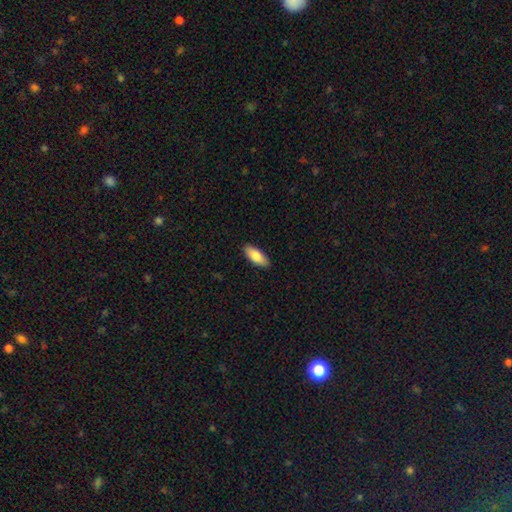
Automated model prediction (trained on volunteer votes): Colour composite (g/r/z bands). It shows a smooth galaxy with no disk features (84%) that is in between round and cigar-shaped (80%). Merging: none (89%).